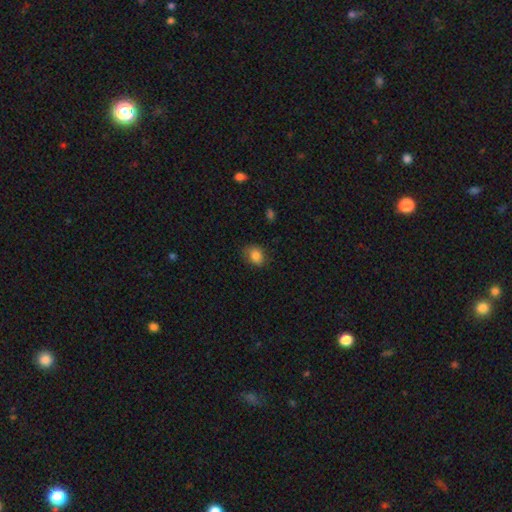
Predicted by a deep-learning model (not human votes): The model was most divided on "how rounded": in between: 59%, round: 40%, cigar-shaped: 1%. More confident: smooth or featured — smooth (84%); merging — none (76%).